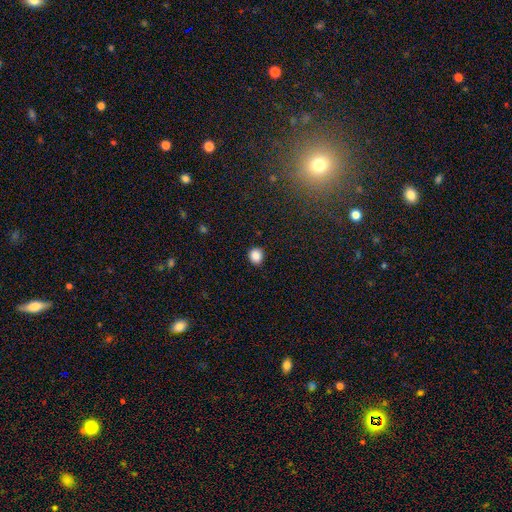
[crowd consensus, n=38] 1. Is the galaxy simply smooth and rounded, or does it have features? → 92% smooth, 8% star or artifact, 0% featured or disk.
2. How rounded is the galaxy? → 86% round, 14% in between, 0% cigar-shaped.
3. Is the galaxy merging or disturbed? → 89% none, 11% minor disturbance, 0% major disturbance, 0% merger.